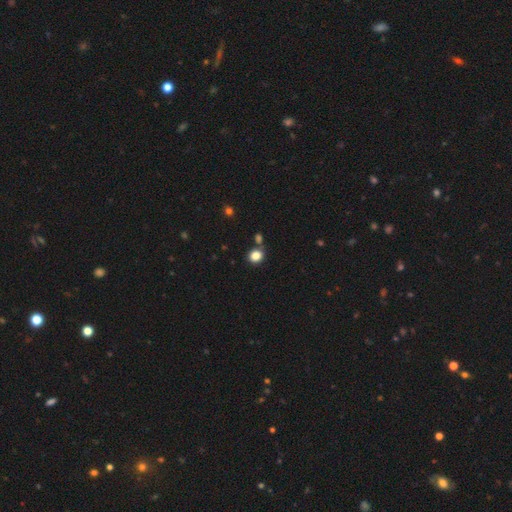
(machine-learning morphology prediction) Overall: smooth (84%). How rounded: round (68%; in between 32%). Merging: none (74%).